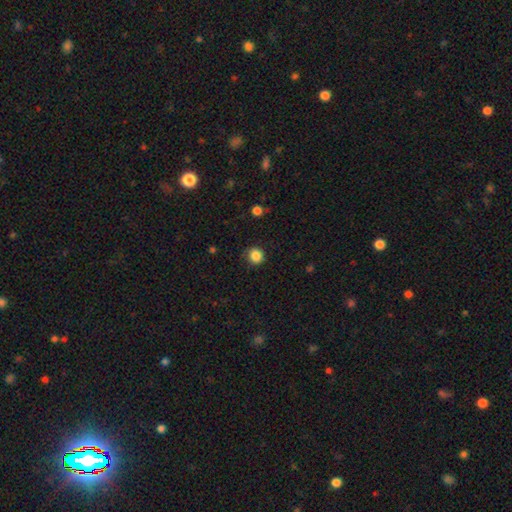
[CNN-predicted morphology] This appears to be a smooth galaxy with no disk features (86%) that is round (91%). Merging: none (82%).